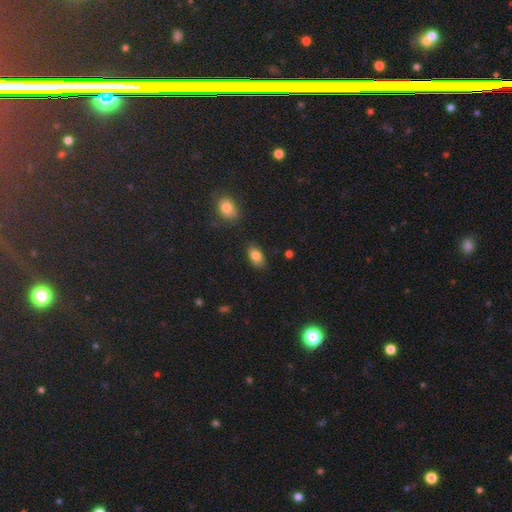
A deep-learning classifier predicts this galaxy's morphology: smooth-or-featured: smooth: 82% | featured or disk: 10% | star or artifact: 8%
  how-rounded: in between: 91% | round: 7% | cigar-shaped: 3%
  merging: none: 81% | minor disturbance: 14% | major disturbance: 3% | merger: 2%